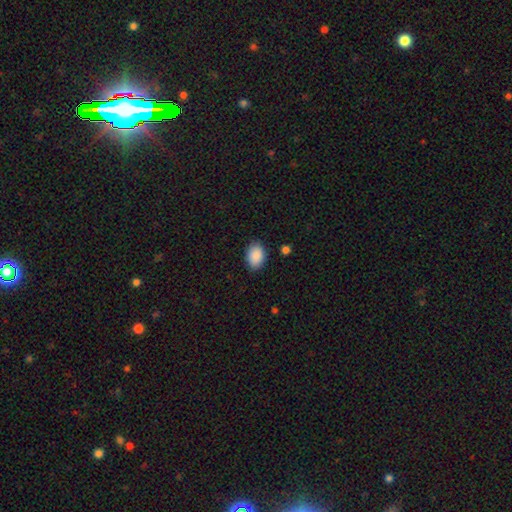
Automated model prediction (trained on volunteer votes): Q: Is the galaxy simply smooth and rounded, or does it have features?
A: smooth — 90%.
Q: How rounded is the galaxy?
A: in between — 81%.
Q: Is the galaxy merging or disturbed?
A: none — 85%.